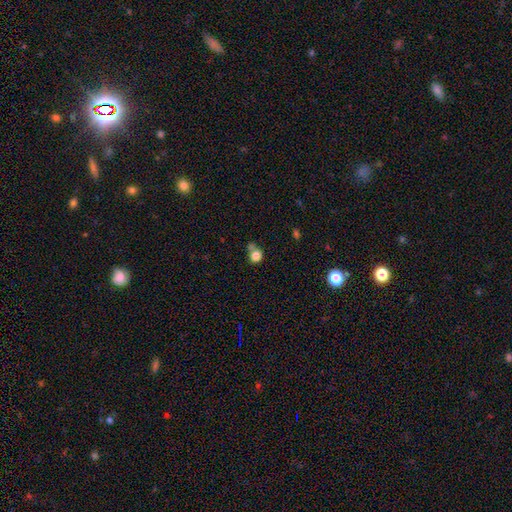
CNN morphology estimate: Q: Smooth or featured?
A: smooth (81%); runner-up: star or artifact (12%)
Q: How rounded?
A: round (79%); runner-up: in between (20%)
Q: Merging?
A: none (47%); runner-up: merger (32%)